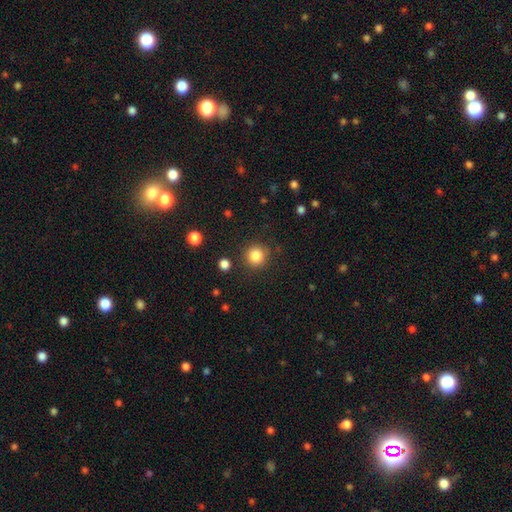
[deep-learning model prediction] A smooth galaxy with no disk features (84%) that is round (93%). Merging: none (86%).